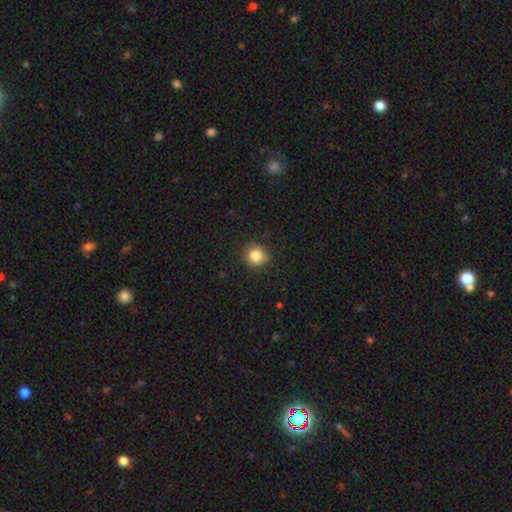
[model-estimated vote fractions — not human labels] A smooth galaxy with no disk features (84%) that is round (88%). Merging: none (87%).